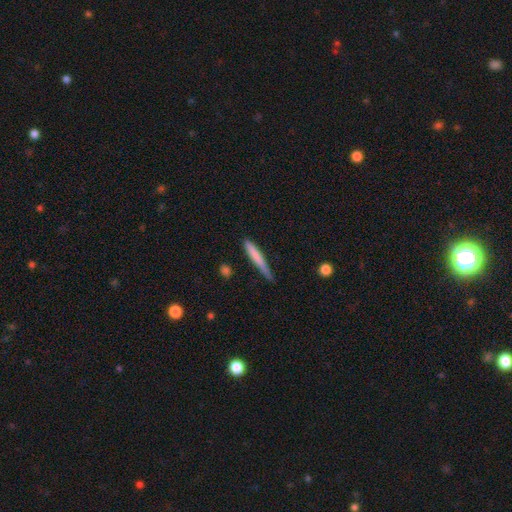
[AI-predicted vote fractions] A smooth galaxy with no disk features (74%) that is cigar-shaped (95%).

Vote fractions:
- Smooth or featured? smooth: 74% / featured or disk: 20% / star or artifact: 6%
- How rounded? cigar-shaped: 95% / in between: 4% / round: 1%
- Merging? none: 66% / minor disturbance: 27% / major disturbance: 5% / merger: 2%